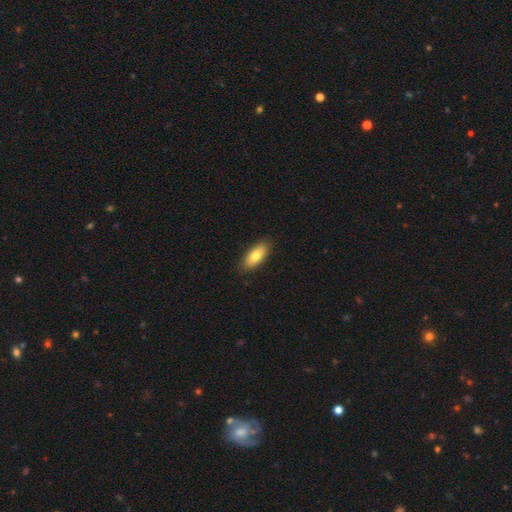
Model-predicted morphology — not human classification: A smooth galaxy with no disk features (79%) that is in between round and cigar-shaped (83%).

Vote fractions:
- Smooth or featured? smooth: 79% / featured or disk: 15% / star or artifact: 6%
- How rounded? in between: 83% / cigar-shaped: 14% / round: 3%
- Merging? none: 87% / minor disturbance: 10% / major disturbance: 2% / merger: 1%